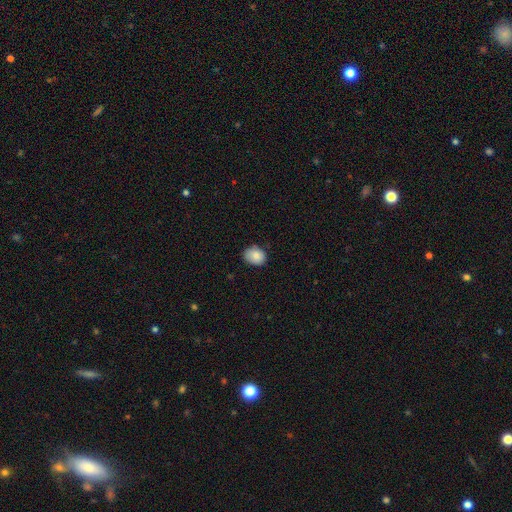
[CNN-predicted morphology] Smooth or featured? Predicted: smooth (p=0.86). How rounded? Predicted: in between (p=0.51). Merging? Predicted: none (p=0.78).